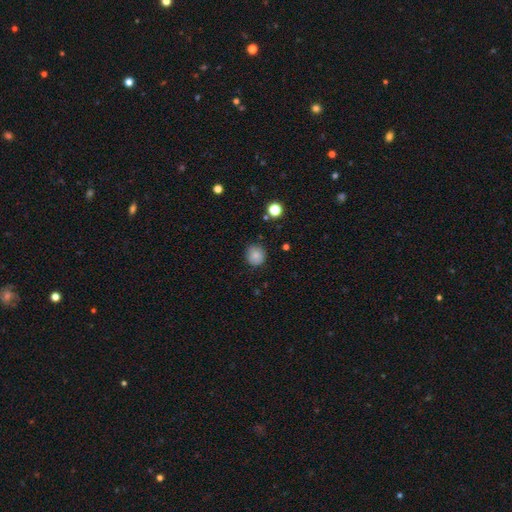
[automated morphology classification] A smooth galaxy with no disk features (83%) that is round (88%).

Vote fractions:
- Smooth or featured? smooth: 83% / star or artifact: 10% / featured or disk: 6%
- How rounded? round: 88% / in between: 11% / cigar-shaped: 1%
- Merging? none: 82% / minor disturbance: 14% / major disturbance: 3% / merger: 1%